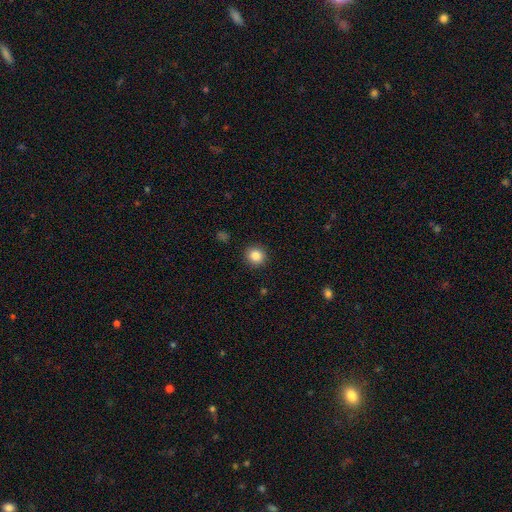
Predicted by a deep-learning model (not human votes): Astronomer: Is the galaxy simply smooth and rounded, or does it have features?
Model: smooth — 85%.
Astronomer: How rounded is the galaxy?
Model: round — 89%.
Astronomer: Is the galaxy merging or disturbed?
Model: none — 91%.